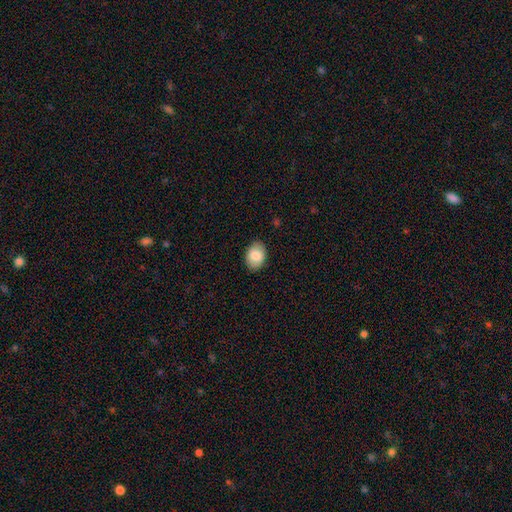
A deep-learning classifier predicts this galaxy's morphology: smooth-or-featured: smooth: 83% | featured or disk: 10% | star or artifact: 6%
  how-rounded: in between: 82% | round: 17% | cigar-shaped: 1%
  merging: none: 88% | minor disturbance: 9% | major disturbance: 2% | merger: 1%